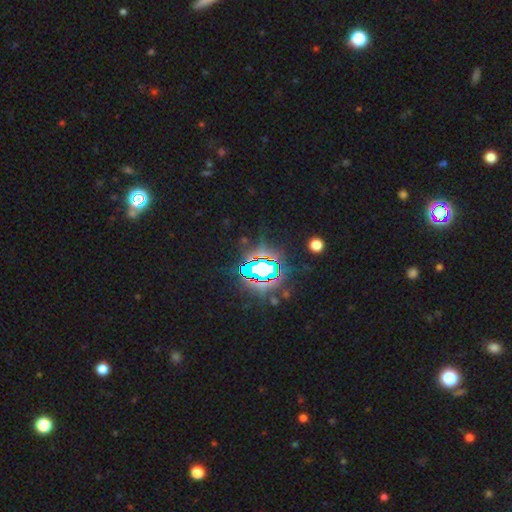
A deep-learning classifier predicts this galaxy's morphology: smooth-or-featured: star or artifact: 83% | smooth: 10% | featured or disk: 7%